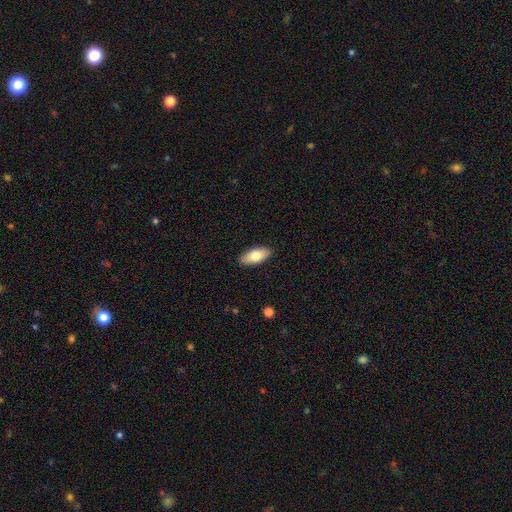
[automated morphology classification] A smooth galaxy with no disk features (76%) that is in between round and cigar-shaped (87%). Merging: none (89%).